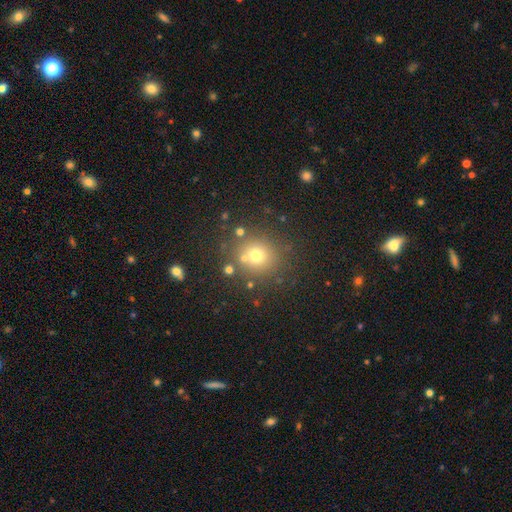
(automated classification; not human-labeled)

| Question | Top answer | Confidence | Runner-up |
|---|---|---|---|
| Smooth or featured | smooth | 70% | star or artifact (20%) |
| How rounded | round | 89% | in between (11%) |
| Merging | none | 78% | minor disturbance (9%) |